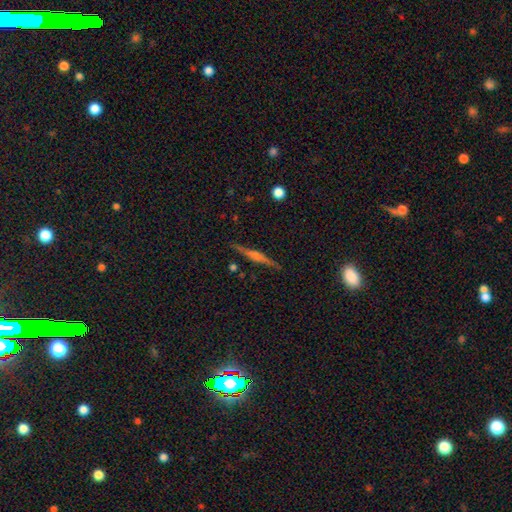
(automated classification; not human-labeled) A featured or disk galaxy (74%) viewed edge-on (98%) with a rounded central bulge (70%).

Vote fractions:
- Smooth or featured? featured or disk: 74% / smooth: 18% / star or artifact: 7%
- Edge-on disk? yes: 98% / no: 2%
- Edge-on bulge? rounded: 70% / boxy: 16% / none: 15%
- Merging? none: 89% / minor disturbance: 8% / major disturbance: 2% / merger: 1%